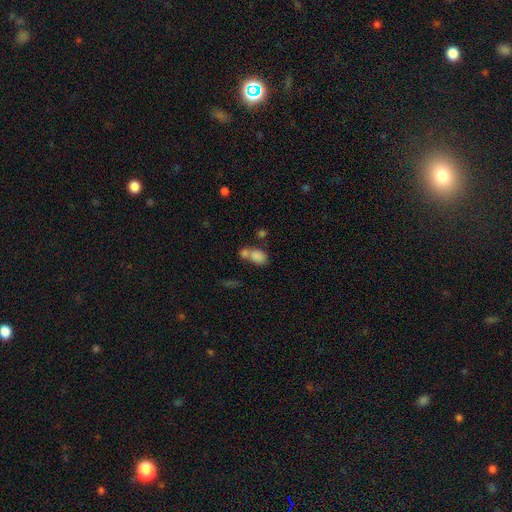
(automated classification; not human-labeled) Smooth or featured? smooth (81%)
How rounded? in between (76%)
Merging? merger (50%)